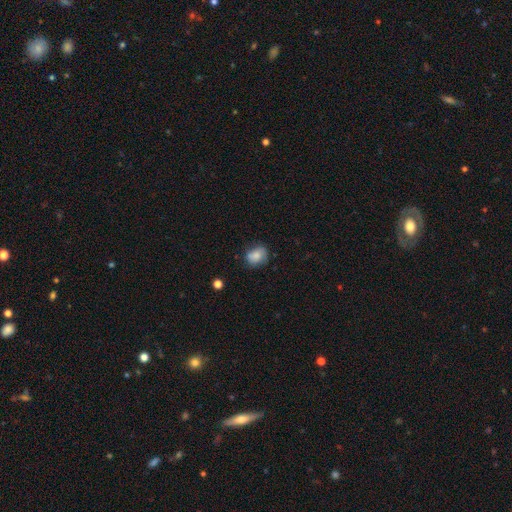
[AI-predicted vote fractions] Q: Smooth or featured?
A: smooth (76%); runner-up: featured or disk (14%)
Q: How rounded?
A: in between (57%); runner-up: round (42%)
Q: Merging?
A: none (62%); runner-up: minor disturbance (28%)